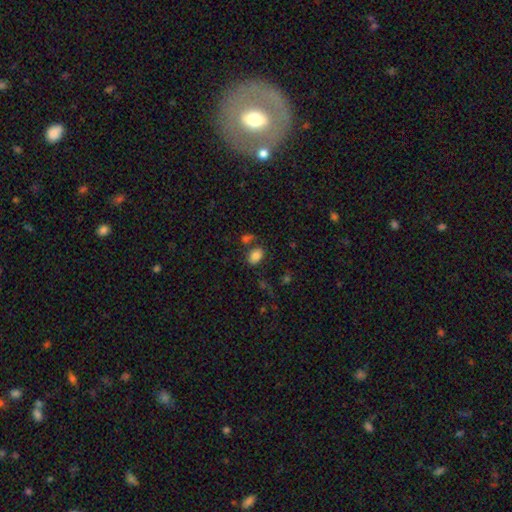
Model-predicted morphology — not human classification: Smooth or featured?
  - smooth: 83% *
  - star or artifact: 10%
  - featured or disk: 7%
How rounded?
  - in between: 81% *
  - round: 18%
  - cigar-shaped: 1%
Merging?
  - none: 68% *
  - merger: 14%
  - minor disturbance: 13%
  - major disturbance: 5%